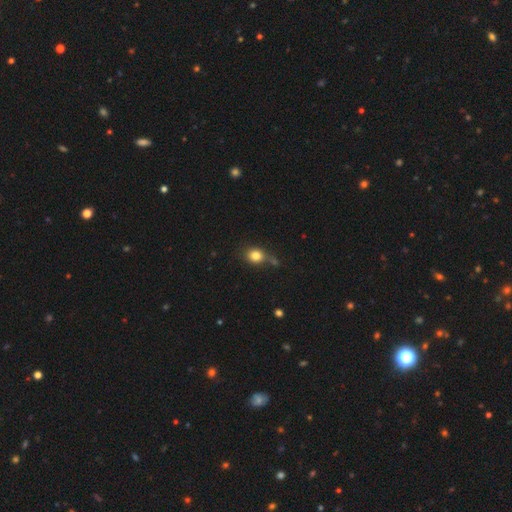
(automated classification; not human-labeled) A smooth galaxy with no disk features (81%) that is round (67%).

Vote fractions:
- Smooth or featured? smooth: 81% / star or artifact: 11% / featured or disk: 8%
- How rounded? round: 67% / in between: 32% / cigar-shaped: 1%
- Merging? none: 57% / minor disturbance: 21% / merger: 14% / major disturbance: 9%